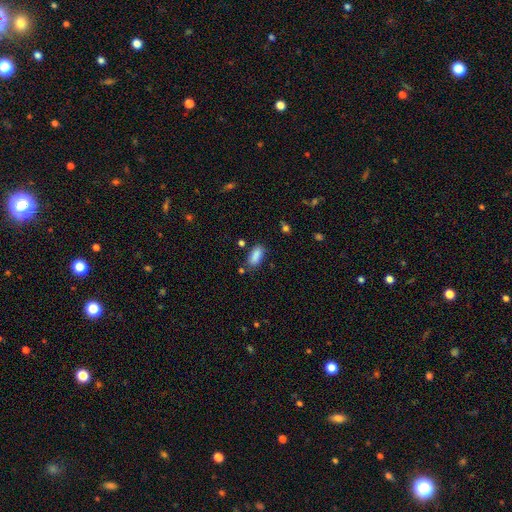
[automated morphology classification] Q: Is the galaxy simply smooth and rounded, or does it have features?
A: smooth — 88%.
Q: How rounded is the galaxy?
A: in between — 86%.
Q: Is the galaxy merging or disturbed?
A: none — 76%.